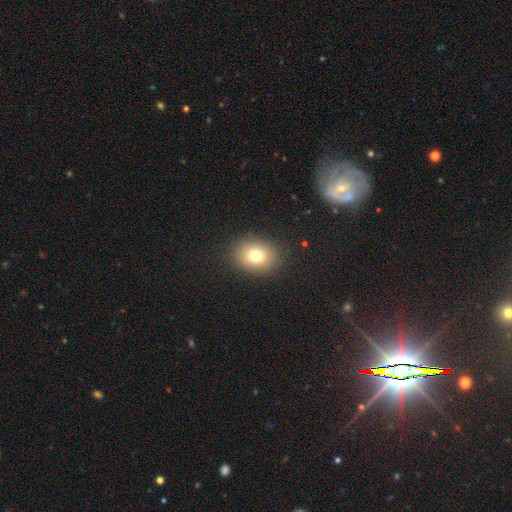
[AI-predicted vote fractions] Smooth or featured: smooth — 77% (star or artifact — 12%)
How rounded: in between — 51% (round — 49%)
Merging: none — 88% (minor disturbance — 8%)